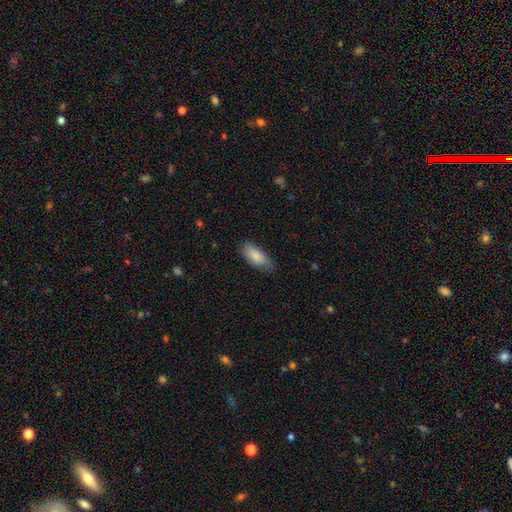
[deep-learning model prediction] Morphology: type=smooth (83%); roundness=in between (81%); merging=none (71%).